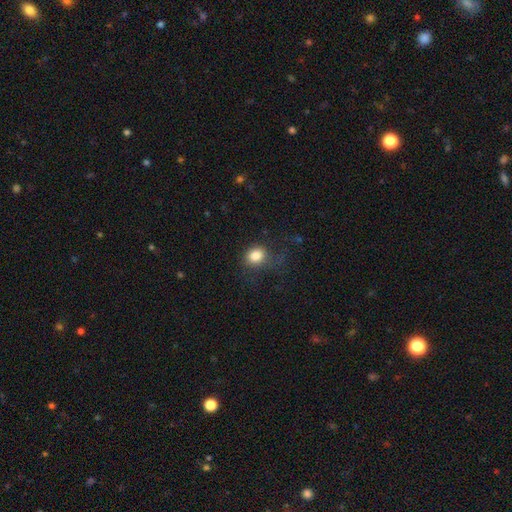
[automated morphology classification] Smooth or featured?
  - smooth: 83% *
  - star or artifact: 11%
  - featured or disk: 6%
How rounded?
  - round: 60% *
  - in between: 39%
  - cigar-shaped: 1%
Merging?
  - none: 63% *
  - minor disturbance: 21%
  - major disturbance: 14%
  - merger: 2%